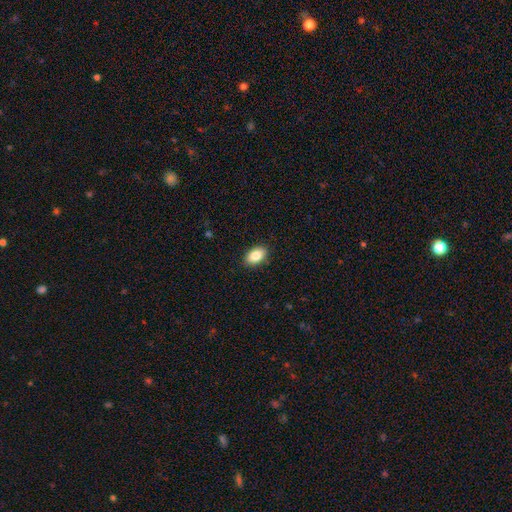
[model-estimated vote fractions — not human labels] Smooth or featured? Predicted: smooth (p=0.86). How rounded? Predicted: in between (p=0.91). Merging? Predicted: none (p=0.89).